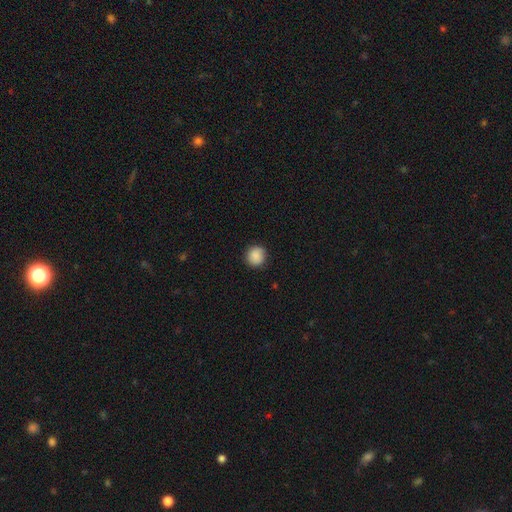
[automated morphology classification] A smooth galaxy with no disk features (89%) that is round (92%).

Vote fractions:
- Smooth or featured? smooth: 89% / star or artifact: 8% / featured or disk: 3%
- How rounded? round: 92% / in between: 7% / cigar-shaped: 1%
- Merging? none: 90% / minor disturbance: 7% / major disturbance: 2% / merger: 1%